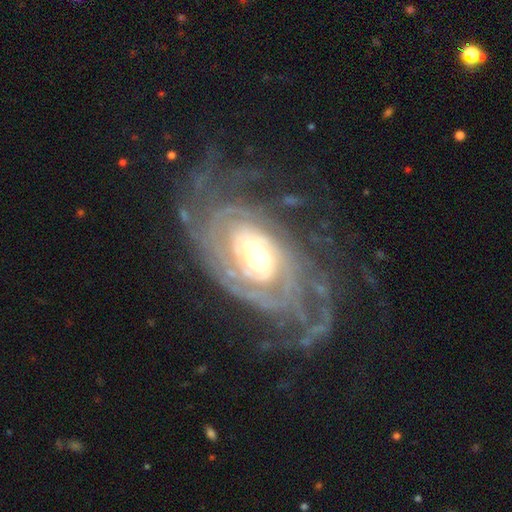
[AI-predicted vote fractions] Smooth or featured? Predicted: featured or disk (p=0.90). Edge-on disk? Predicted: no (p=0.96). Bar? Predicted: no (p=0.55). Spiral arms? Predicted: yes (p=0.96). Spiral winding? Predicted: tight (p=0.72). Spiral arm count? Predicted: can't tell (p=0.32). Bulge size? Predicted: moderate (p=0.56). Merging? Predicted: none (p=0.67).